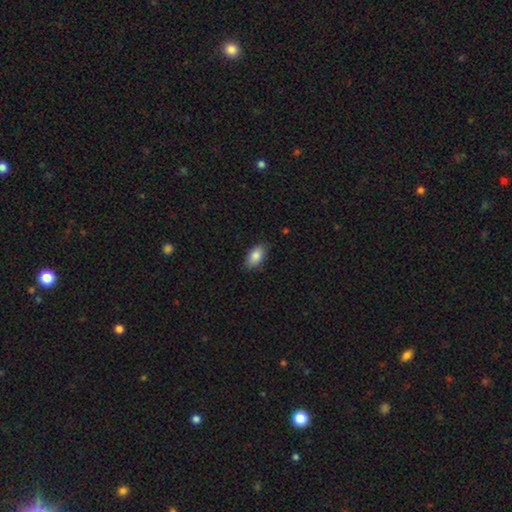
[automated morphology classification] A smooth galaxy with no disk features (86%) that is in between round and cigar-shaped (92%). Merging: none (83%).